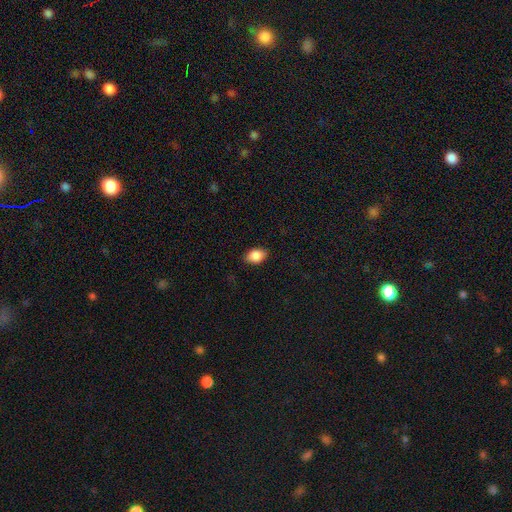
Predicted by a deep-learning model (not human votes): The model was most divided on "how rounded": in between: 83%, round: 16%, cigar-shaped: 1%. More confident: smooth or featured — smooth (87%); merging — none (86%).